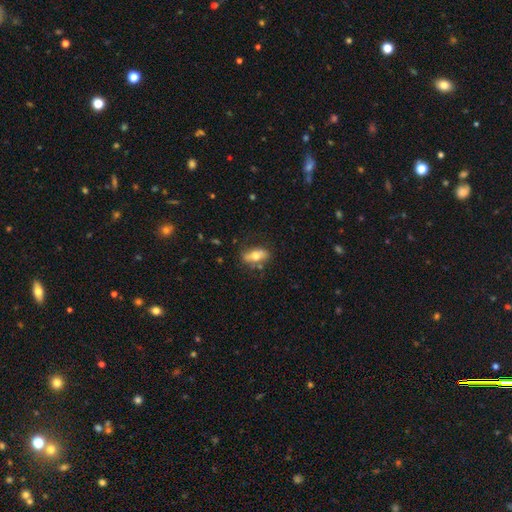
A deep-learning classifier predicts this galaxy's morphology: Smooth or featured? Predicted: smooth (p=0.59). How rounded? Predicted: in between (p=0.80). Merging? Predicted: none (p=0.71).